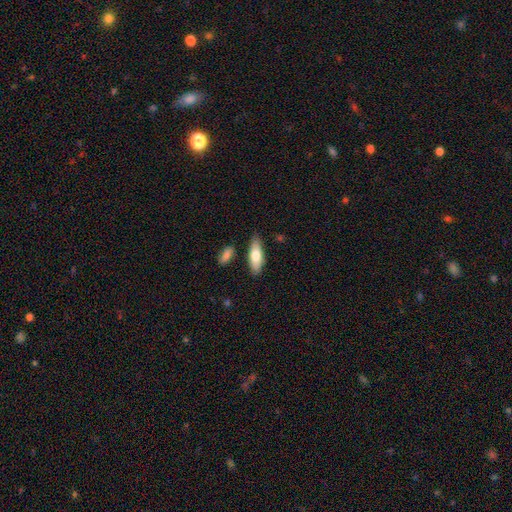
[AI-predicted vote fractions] smooth-or-featured: smooth: 72% | featured or disk: 23% | star or artifact: 6%
  how-rounded: in between: 61% | cigar-shaped: 36% | round: 2%
  merging: none: 81% | minor disturbance: 12% | merger: 4% | major disturbance: 2%